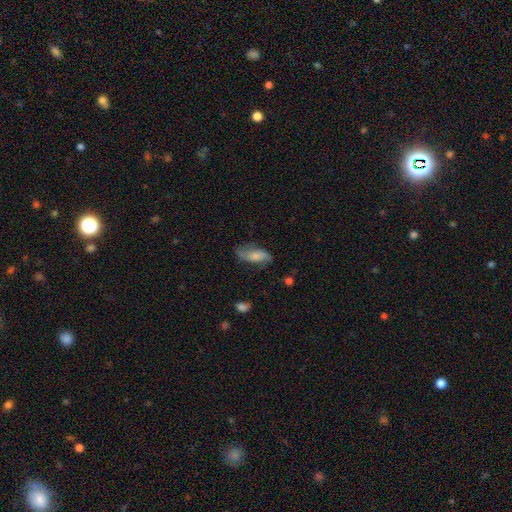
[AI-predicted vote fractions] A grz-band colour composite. It shows a smooth galaxy with no disk features (47%). Merging: none (61%).